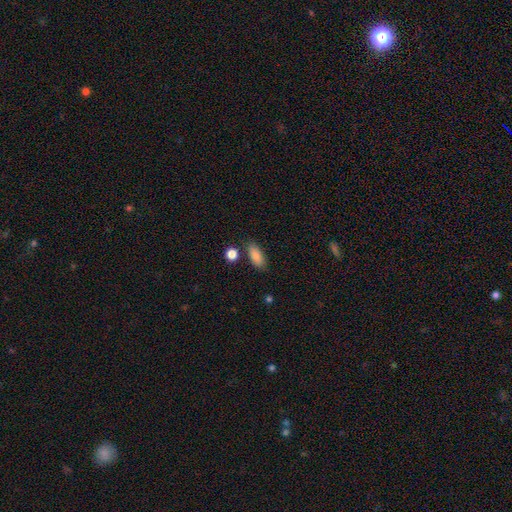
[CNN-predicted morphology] smooth-or-featured: smooth: 86% | star or artifact: 7% | featured or disk: 6%
  how-rounded: in between: 82% | cigar-shaped: 14% | round: 4%
  merging: none: 80% | minor disturbance: 12% | merger: 5% | major disturbance: 3%